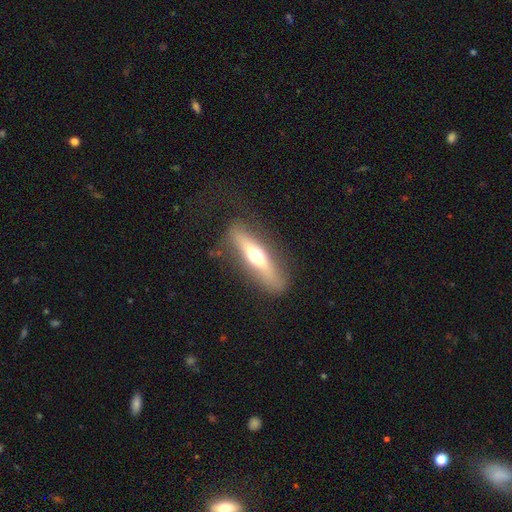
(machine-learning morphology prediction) smooth_or_featured: featured or disk (p=0.57) [alt: smooth p=0.37]
disk_edge_on: yes (p=0.81) [alt: no p=0.19]
merging: none (p=0.80) [alt: minor disturbance p=0.13]